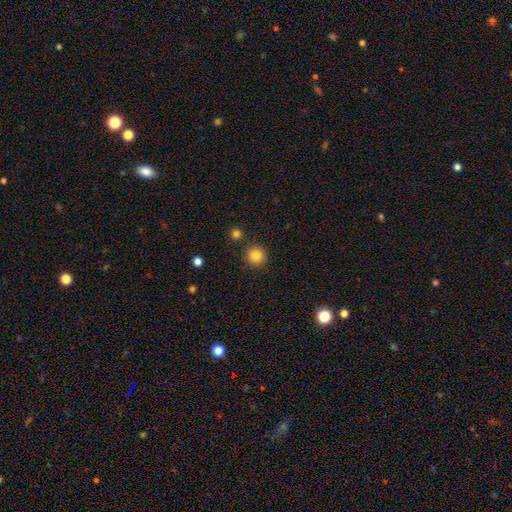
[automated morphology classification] A smooth galaxy with no disk features (84%) that is round (95%). Merging: none (89%).